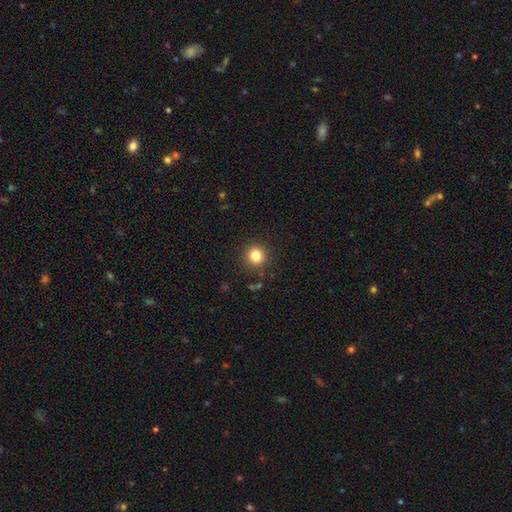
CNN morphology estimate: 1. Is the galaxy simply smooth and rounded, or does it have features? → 82% smooth, 12% star or artifact, 6% featured or disk.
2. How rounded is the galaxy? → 92% round, 7% in between, 1% cigar-shaped.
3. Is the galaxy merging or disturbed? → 89% none, 7% minor disturbance, 3% major disturbance, 2% merger.